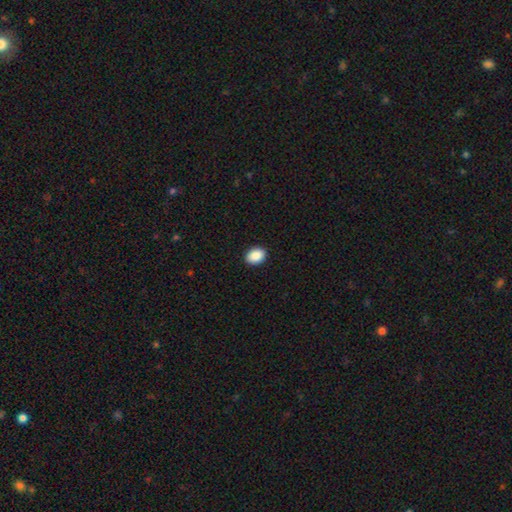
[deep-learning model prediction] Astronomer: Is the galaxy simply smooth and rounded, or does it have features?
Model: smooth — 90%.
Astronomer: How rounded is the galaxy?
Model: in between — 73%.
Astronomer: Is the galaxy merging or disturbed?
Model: none — 91%.